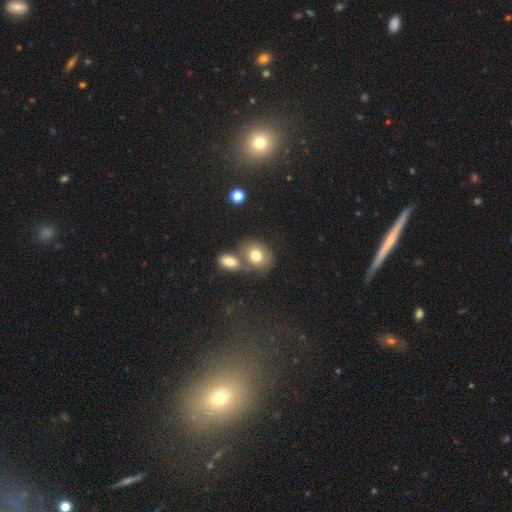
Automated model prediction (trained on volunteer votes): Q: Smooth or featured?
A: smooth (77%); runner-up: featured or disk (14%)
Q: How rounded?
A: in between (54%); runner-up: round (45%)
Q: Merging?
A: none (45%); runner-up: merger (39%)